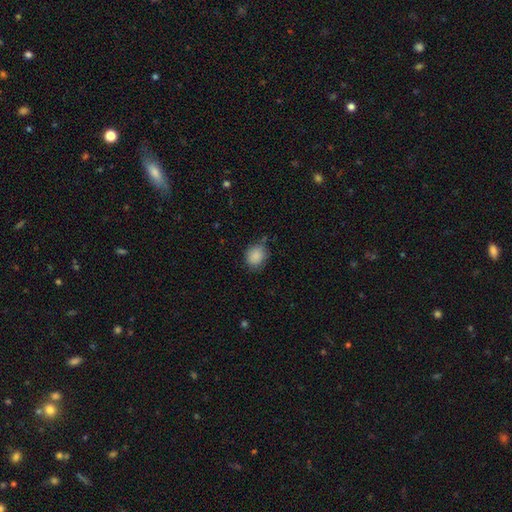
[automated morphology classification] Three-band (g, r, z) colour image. It shows a smooth galaxy with no disk features (87%) that is round (67%). Merging: none (70%).